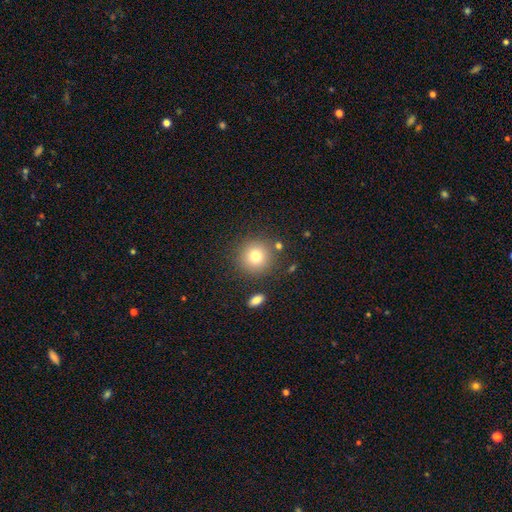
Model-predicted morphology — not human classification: A smooth galaxy with no disk features (78%) that is round (92%). Merging: none (85%).